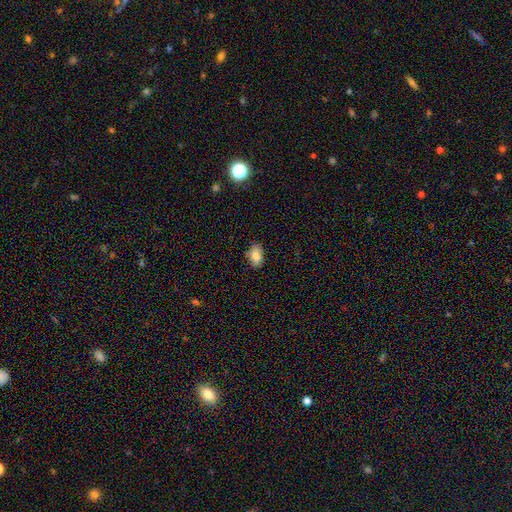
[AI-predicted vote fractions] Smooth or featured: smooth — 82% (featured or disk — 10%)
How rounded: in between — 90% (round — 9%)
Merging: none — 80% (minor disturbance — 16%)